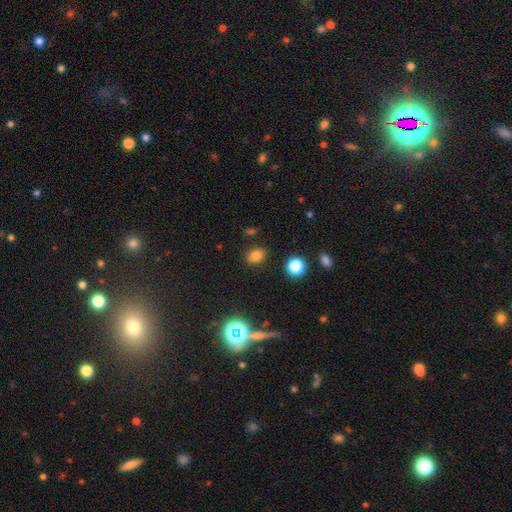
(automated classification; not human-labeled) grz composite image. It shows a smooth galaxy with no disk features (78%) that is in between round and cigar-shaped (67%). Merging: none (84%).